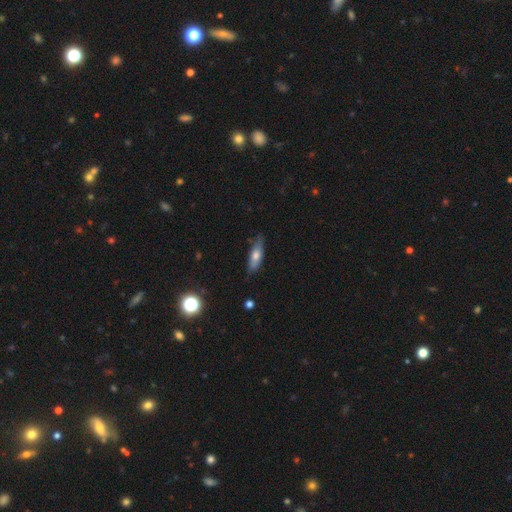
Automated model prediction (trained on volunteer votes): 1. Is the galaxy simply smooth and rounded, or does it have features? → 60% smooth, 33% featured or disk, 7% star or artifact.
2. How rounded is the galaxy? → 55% cigar-shaped, 42% in between, 3% round.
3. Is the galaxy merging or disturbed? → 78% none, 18% minor disturbance, 3% major disturbance, 1% merger.